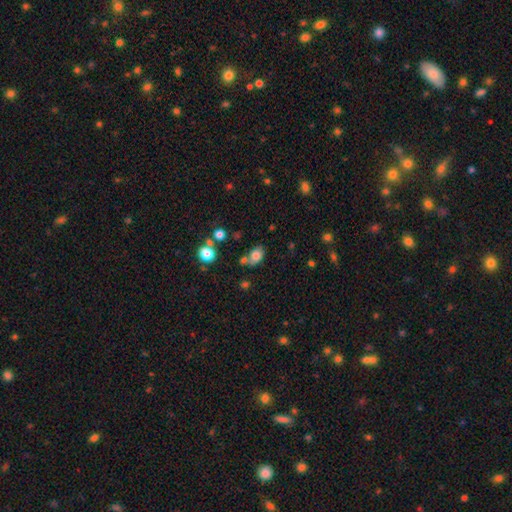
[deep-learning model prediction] smooth_or_featured: smooth (p=0.77) [alt: featured or disk p=0.12]
how_rounded: in between (p=0.76) [alt: round p=0.23]
merging: none (p=0.56) [alt: minor disturbance p=0.20]